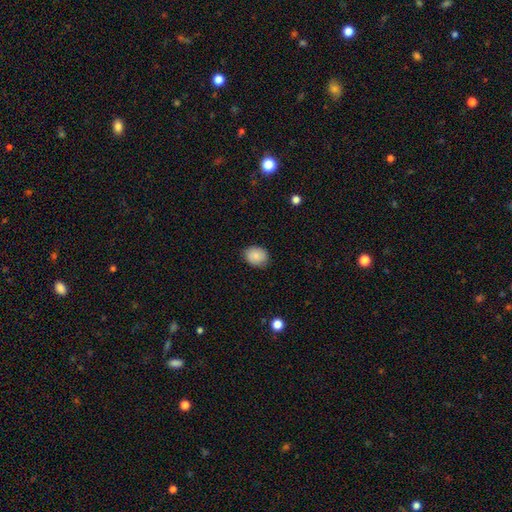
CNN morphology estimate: smooth_or_featured: smooth (p=0.87) [alt: star or artifact p=0.08]
how_rounded: round (p=0.51) [alt: in between p=0.48]
merging: none (p=0.84) [alt: minor disturbance p=0.13]